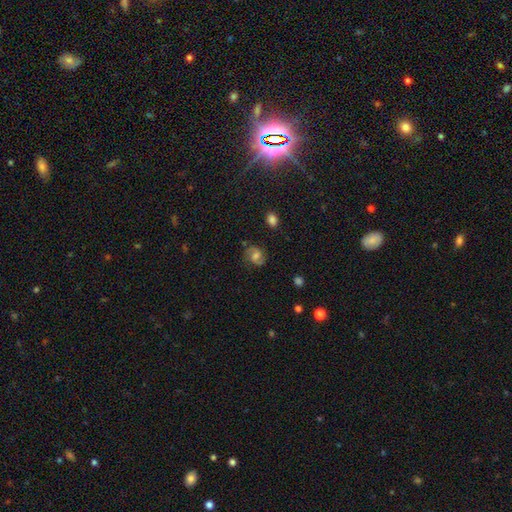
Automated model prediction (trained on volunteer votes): Smooth or featured? Predicted: featured or disk (p=0.65). Edge-on disk? Predicted: no (p=0.97). Bar? Predicted: weak (p=0.46). Spiral arms? Predicted: yes (p=0.93). Spiral winding? Predicted: medium (p=0.50). Spiral arm count? Predicted: 2 (p=0.90). Bulge size? Predicted: moderate (p=0.55). Merging? Predicted: none (p=0.78).